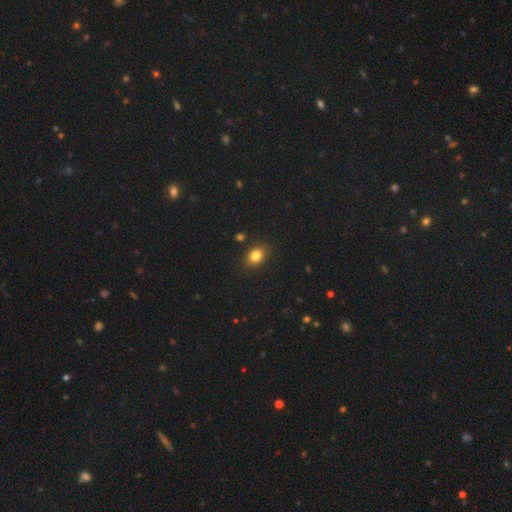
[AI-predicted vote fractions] A smooth galaxy with no disk features (82%) that is in between round and cigar-shaped (68%). Merging: none (86%).